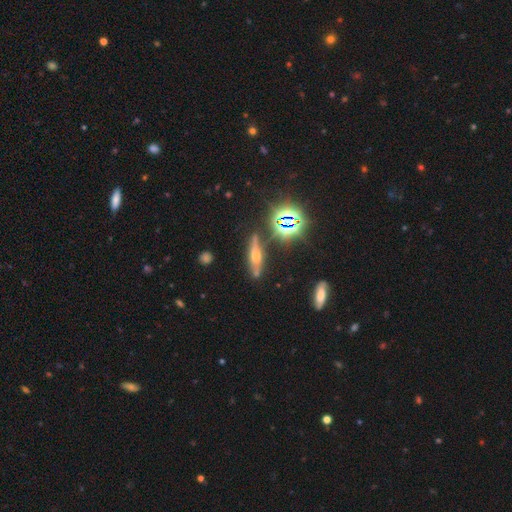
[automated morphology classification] Q: Smooth or featured?
A: featured or disk (49%); runner-up: star or artifact (28%)
Q: Merging?
A: none (79%); runner-up: minor disturbance (12%)